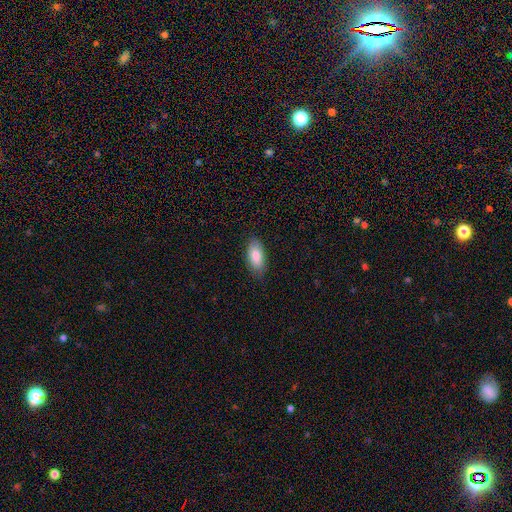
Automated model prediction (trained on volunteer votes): This is clearly a smooth galaxy (84%). How rounded: clearly in between (91%). Merging: clearly none (83%).